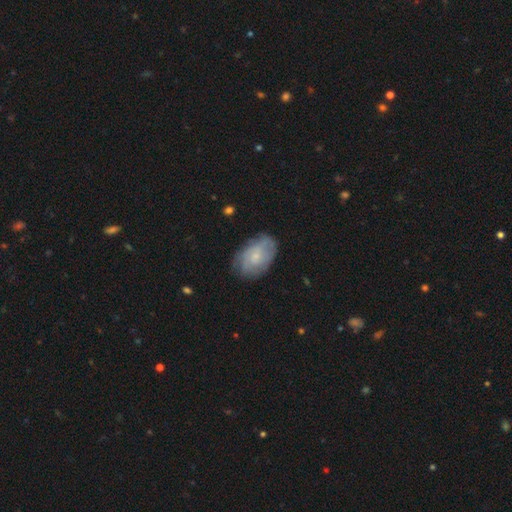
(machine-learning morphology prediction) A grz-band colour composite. It shows a smooth galaxy with no disk features (52%) that is in between round and cigar-shaped (89%). Merging: none (69%).